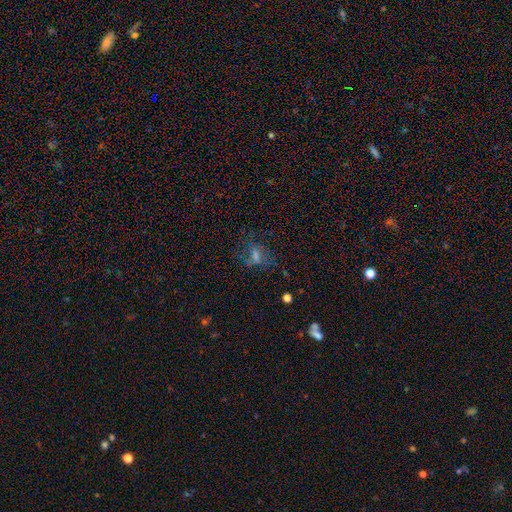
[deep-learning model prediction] A smooth galaxy with no disk features (46%).

Vote fractions:
- Smooth or featured? smooth: 46% / star or artifact: 30% / featured or disk: 24%
- Merging? none: 59% / minor disturbance: 19% / major disturbance: 17% / merger: 5%